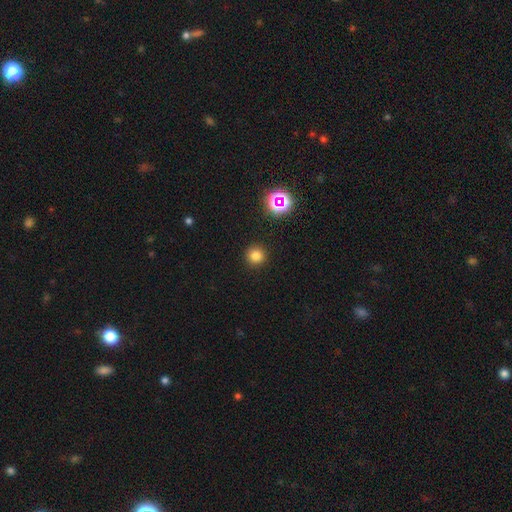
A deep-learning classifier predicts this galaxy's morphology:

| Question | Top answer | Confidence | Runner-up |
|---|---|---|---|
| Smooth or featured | smooth | 78% | star or artifact (17%) |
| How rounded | round | 95% | in between (4%) |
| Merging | none | 91% | minor disturbance (5%) |